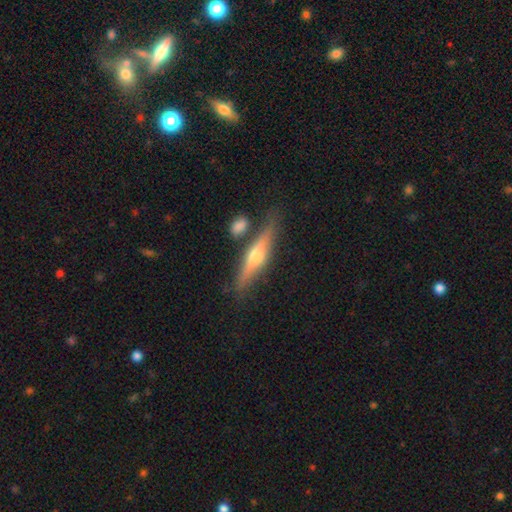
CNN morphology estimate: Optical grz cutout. It shows a featured or disk galaxy (65%) viewed edge-on (95%) with a rounded central bulge (90%). Merging: none (77%).